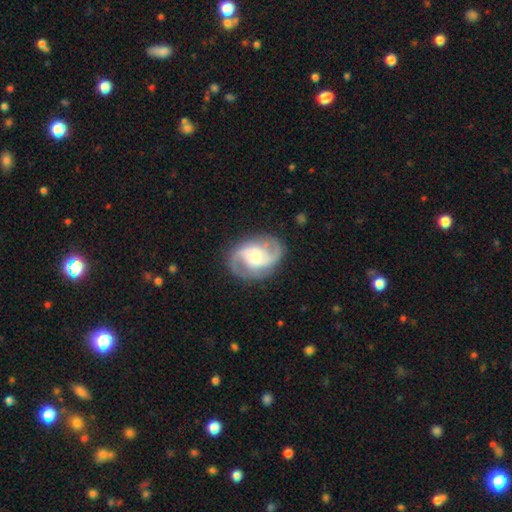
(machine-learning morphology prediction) Smooth or featured? featured or disk (86%)
Edge-on disk? no (98%)
Bar? no (44%)
Spiral arms? yes (96%)
Spiral winding? medium (55%)
Spiral arm count? 2 (91%)
Bulge size? moderate (51%)
Merging? none (81%)